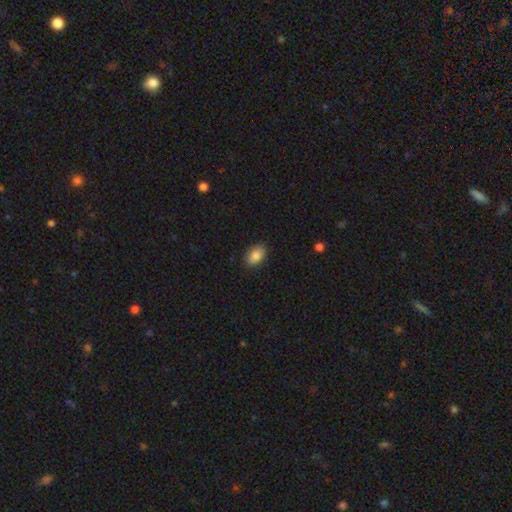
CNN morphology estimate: Smooth or featured?
  - smooth: 87% *
  - star or artifact: 8%
  - featured or disk: 6%
How rounded?
  - in between: 90% *
  - round: 9%
  - cigar-shaped: 1%
Merging?
  - none: 87% *
  - minor disturbance: 9%
  - major disturbance: 2%
  - merger: 1%